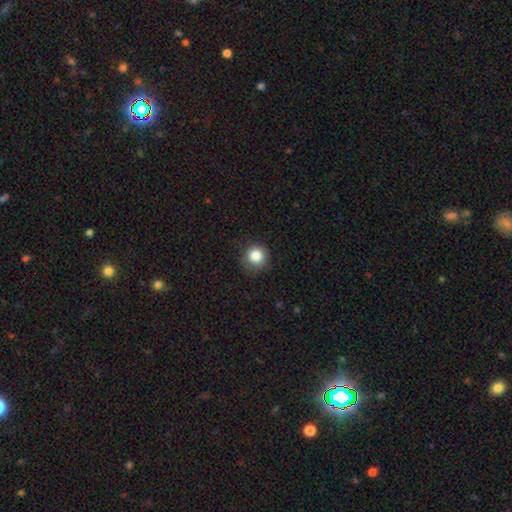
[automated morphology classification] smooth 85%, star or artifact 10%, featured or disk 5%. Down the decision tree: how rounded — round (92%); merging — none (84%).